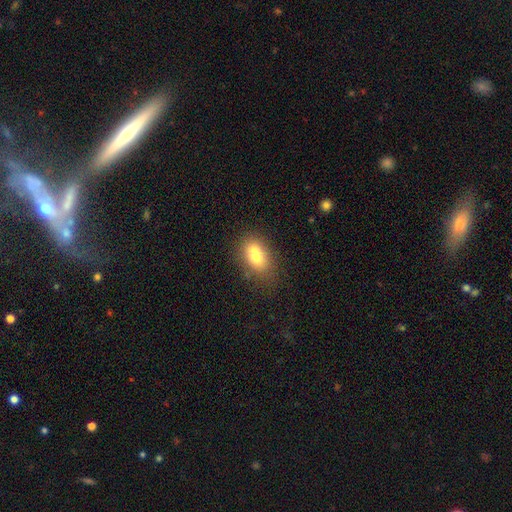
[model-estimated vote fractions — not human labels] A smooth galaxy with no disk features (67%) that is in between round and cigar-shaped (73%). Merging: merger (46%).